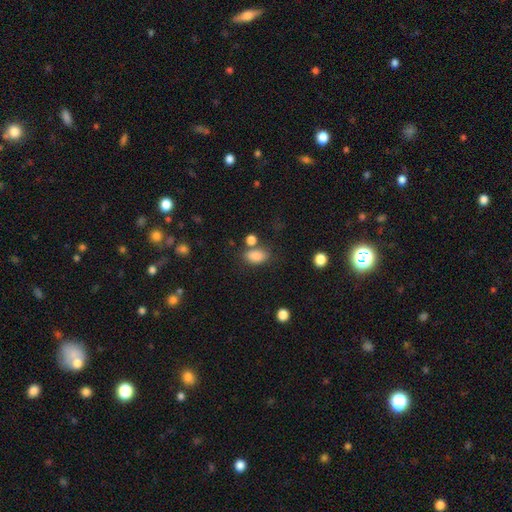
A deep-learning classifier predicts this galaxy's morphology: Overall: smooth (84%). How rounded: in between (88%). Merging: none (64%).